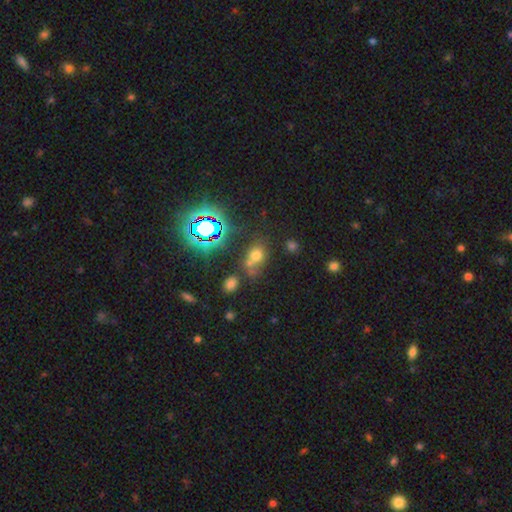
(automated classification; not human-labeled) smooth_or_featured: smooth (p=0.57) [alt: star or artifact p=0.32]
how_rounded: in between (p=0.50) [alt: round p=0.48]
merging: none (p=0.51) [alt: merger p=0.29]